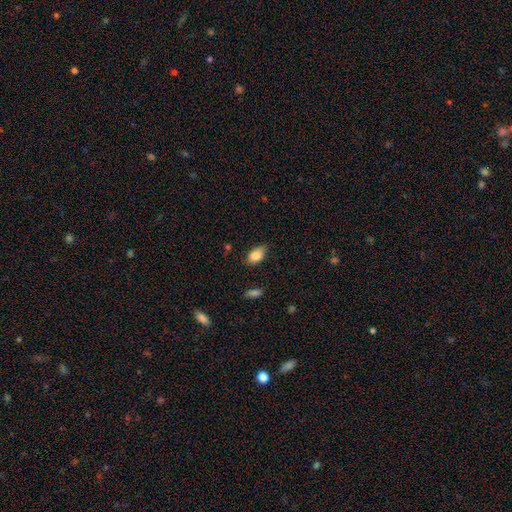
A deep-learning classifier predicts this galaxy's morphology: A smooth galaxy with no disk features (82%) that is in between round and cigar-shaped (89%). Merging: none (71%).